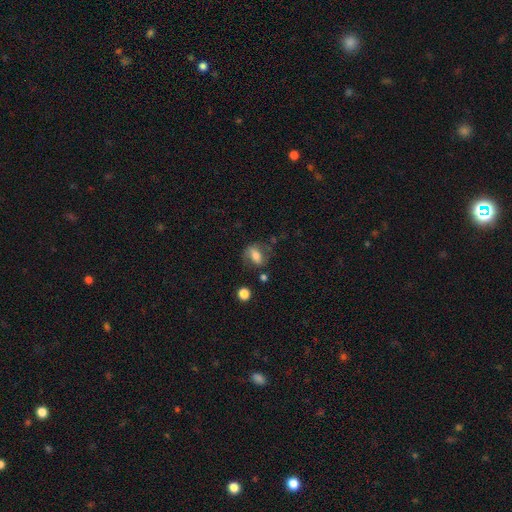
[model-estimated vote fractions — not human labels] The model was most divided on "smooth or featured": smooth: 53%, featured or disk: 37%, star or artifact: 10%. More confident: how rounded — in between (71%); merging — none (57%).